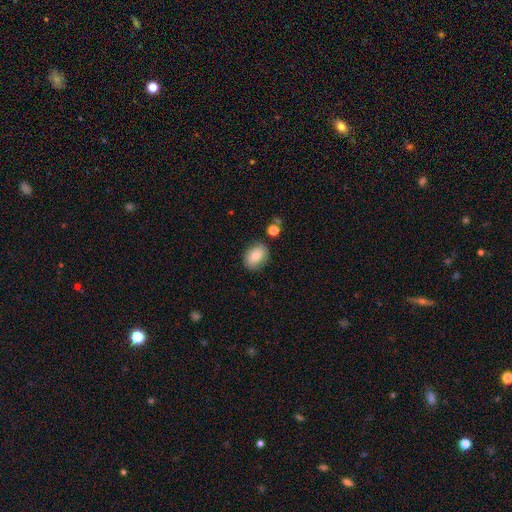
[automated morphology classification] Q: Smooth or featured?
A: smooth (76%); runner-up: featured or disk (16%)
Q: How rounded?
A: in between (71%); runner-up: round (27%)
Q: Merging?
A: none (82%); runner-up: minor disturbance (12%)